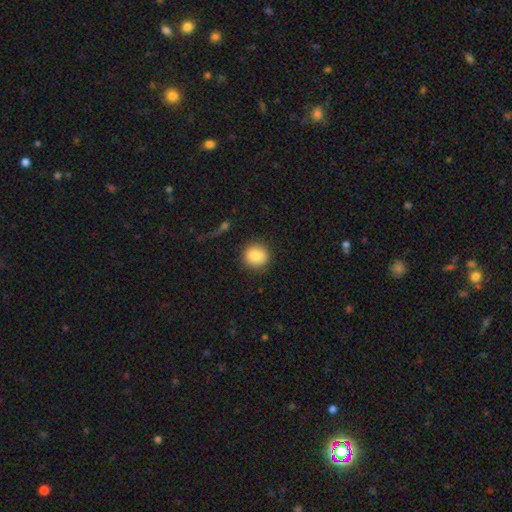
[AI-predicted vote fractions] Overall: smooth (85%). How rounded: round (92%). Merging: none (85%).